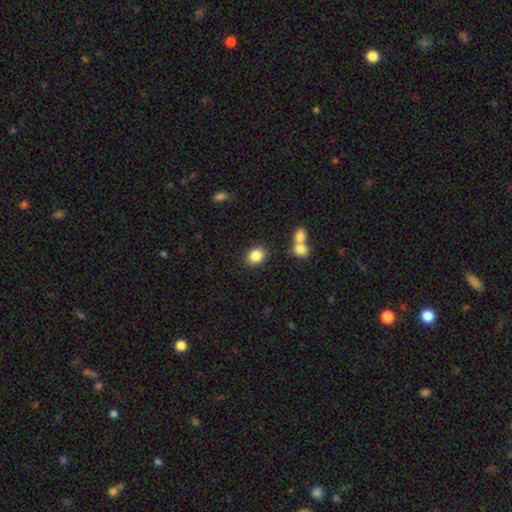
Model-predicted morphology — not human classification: Smooth or featured?
  - smooth: 85% *
  - star or artifact: 9%
  - featured or disk: 5%
How rounded?
  - round: 51% *
  - in between: 48%
  - cigar-shaped: 1%
Merging?
  - none: 82% *
  - minor disturbance: 9%
  - merger: 6%
  - major disturbance: 3%